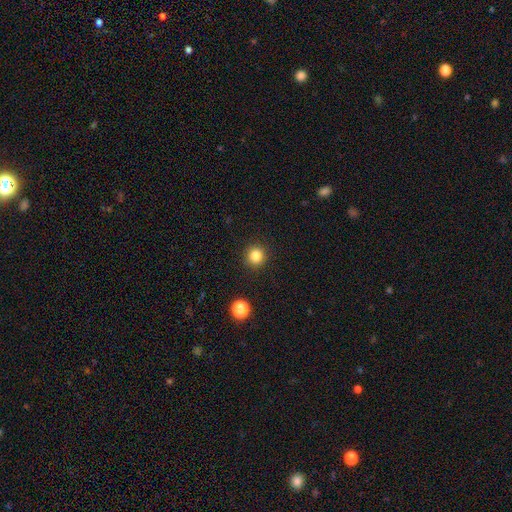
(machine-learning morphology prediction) This appears to be a smooth galaxy with no disk features (83%) that is round (93%). Merging: none (91%).